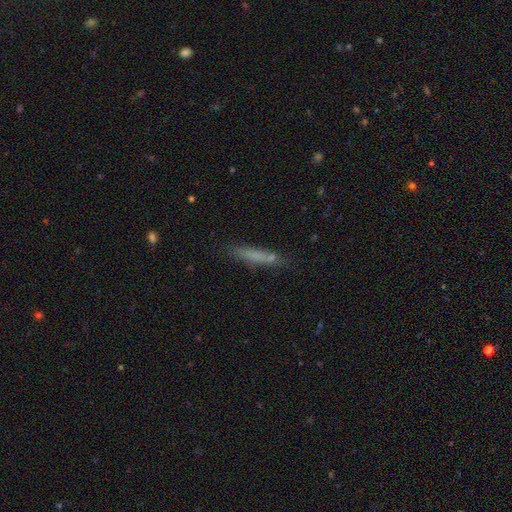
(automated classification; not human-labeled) This is likely a smooth galaxy (68%). How rounded: clearly cigar-shaped (90%). Merging: likely none (75%).